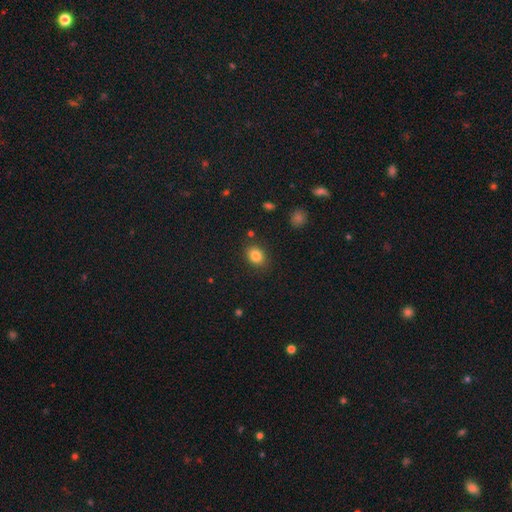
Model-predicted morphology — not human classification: Smooth or featured? smooth (84%)
How rounded? in between (54%)
Merging? none (84%)